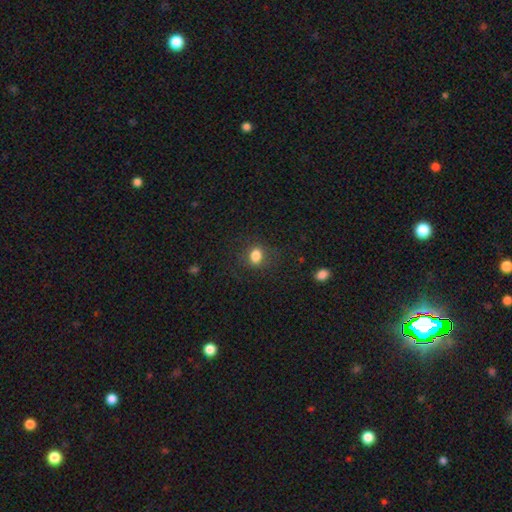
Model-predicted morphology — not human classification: Smooth or featured? smooth (83%)
How rounded? in between (58%)
Merging? none (79%)